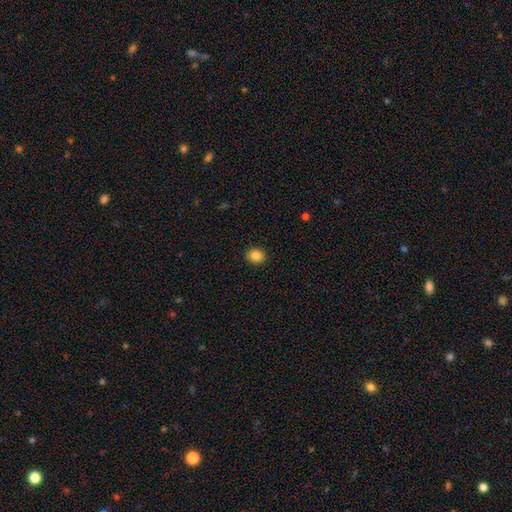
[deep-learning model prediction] smooth-or-featured: smooth: 85% | star or artifact: 10% | featured or disk: 5%
  how-rounded: round: 72% | in between: 27% | cigar-shaped: 1%
  merging: none: 91% | minor disturbance: 6% | major disturbance: 2% | merger: 1%